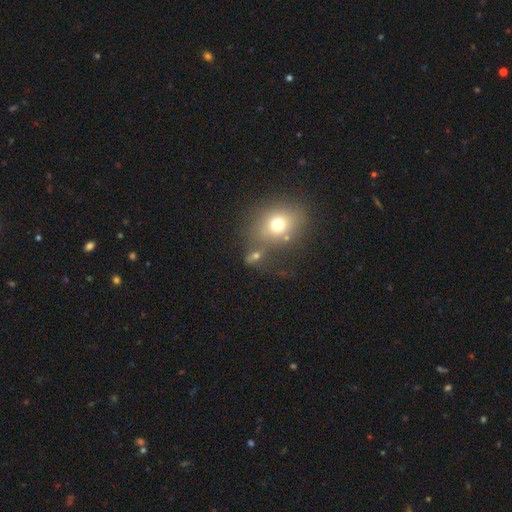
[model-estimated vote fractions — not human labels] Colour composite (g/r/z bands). It shows a smooth galaxy with no disk features (59%) that is round (56%). Merging: none (47%).